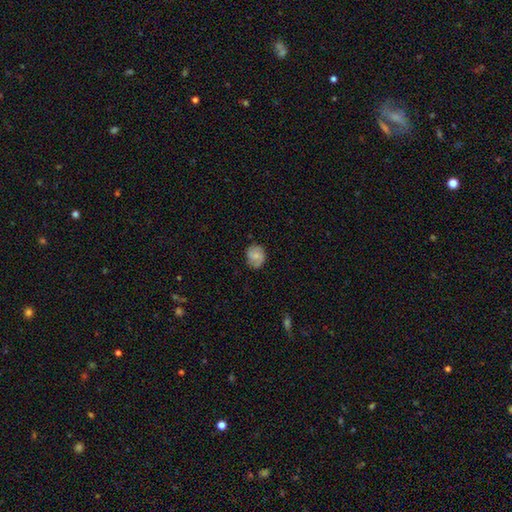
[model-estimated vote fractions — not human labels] Q: Smooth or featured?
A: smooth (51%); runner-up: featured or disk (42%)
Q: How rounded?
A: round (70%); runner-up: in between (29%)
Q: Merging?
A: none (77%); runner-up: minor disturbance (17%)